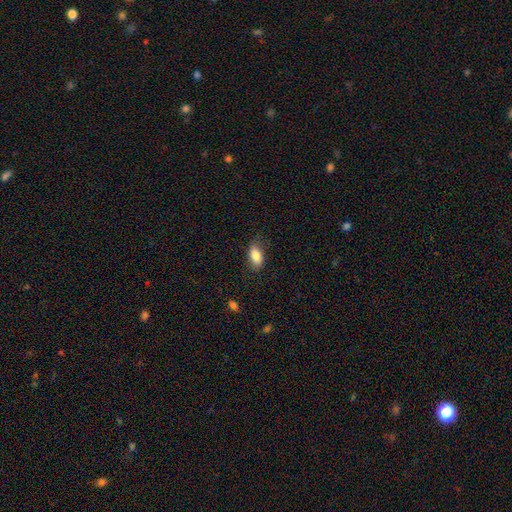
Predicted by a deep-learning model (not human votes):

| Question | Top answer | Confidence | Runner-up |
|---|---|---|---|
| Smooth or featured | smooth | 86% | featured or disk (7%) |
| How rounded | in between | 90% | cigar-shaped (5%) |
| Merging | none | 75% | minor disturbance (19%) |